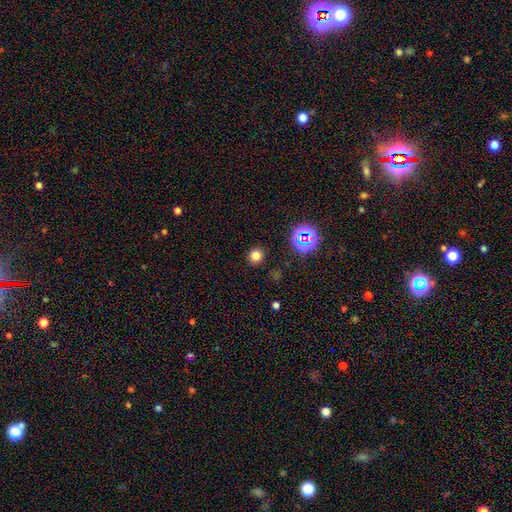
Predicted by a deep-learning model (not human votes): This is likely a smooth galaxy (76%). How rounded: clearly round (88%). Merging: clearly none (90%).